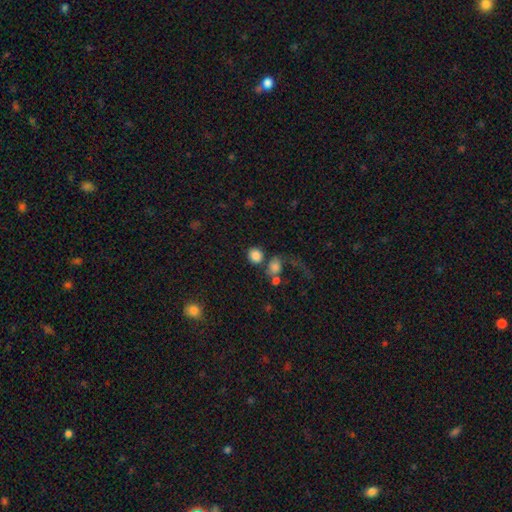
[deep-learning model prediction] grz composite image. It shows a smooth galaxy with no disk features (84%) that is round (83%). Merging: none (63%).